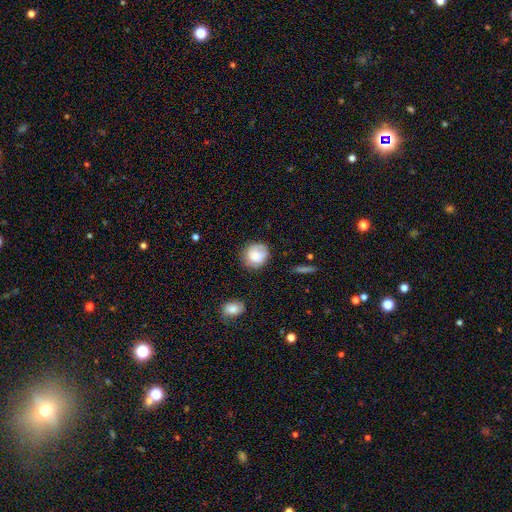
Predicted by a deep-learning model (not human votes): Smooth or featured?
  - smooth: 77% *
  - featured or disk: 15%
  - star or artifact: 8%
How rounded?
  - round: 85% *
  - in between: 14%
  - cigar-shaped: 1%
Merging?
  - none: 73% *
  - minor disturbance: 21%
  - major disturbance: 5%
  - merger: 2%